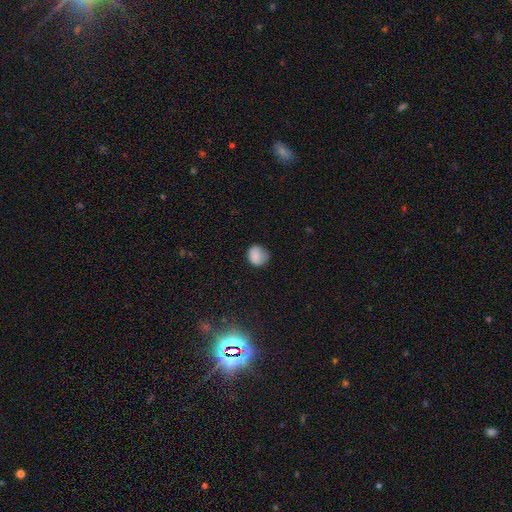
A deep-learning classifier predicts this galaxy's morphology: smooth 84%, star or artifact 10%, featured or disk 7%. Down the decision tree: how rounded — round (73%); merging — none (69%).